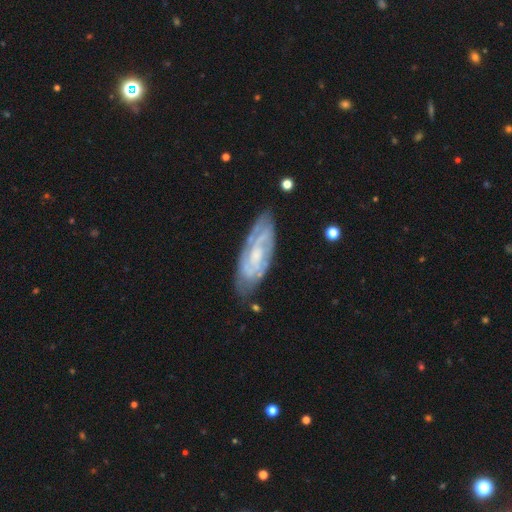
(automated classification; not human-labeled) Smooth or featured? Predicted: featured or disk (p=0.76). Edge-on disk? Predicted: no (p=0.85). Bar? Predicted: no (p=0.57). Spiral arms? Predicted: yes (p=0.88). Spiral winding? Predicted: tight (p=0.60). Spiral arm count? Predicted: can't tell (p=0.47). Bulge size? Predicted: small (p=0.50). Merging? Predicted: none (p=0.75).